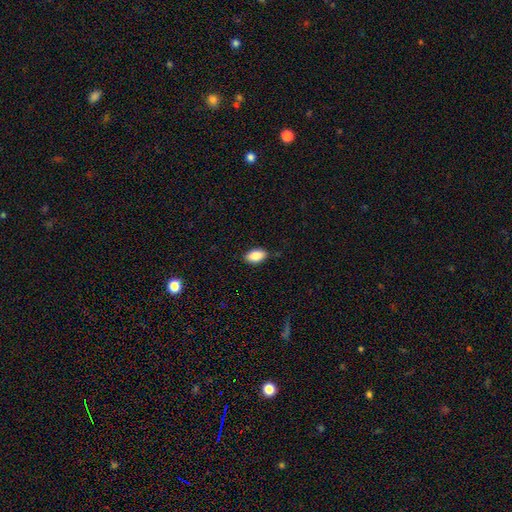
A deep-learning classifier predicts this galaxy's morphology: Overall: smooth (87%). How rounded: in between (92%). Merging: none (84%).